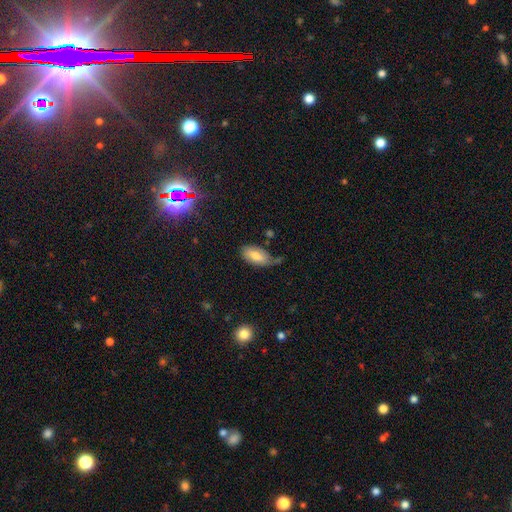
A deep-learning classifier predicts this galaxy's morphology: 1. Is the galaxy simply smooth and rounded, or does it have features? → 73% smooth, 19% featured or disk, 8% star or artifact.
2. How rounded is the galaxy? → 92% in between, 6% cigar-shaped, 3% round.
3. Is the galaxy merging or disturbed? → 51% none, 33% minor disturbance, 10% major disturbance, 6% merger.